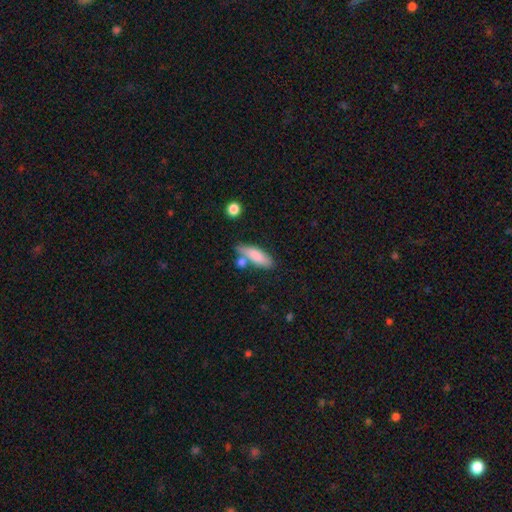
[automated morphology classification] Smooth or featured? Predicted: smooth (p=0.81). How rounded? Predicted: in between (p=0.52). Merging? Predicted: none (p=0.59).